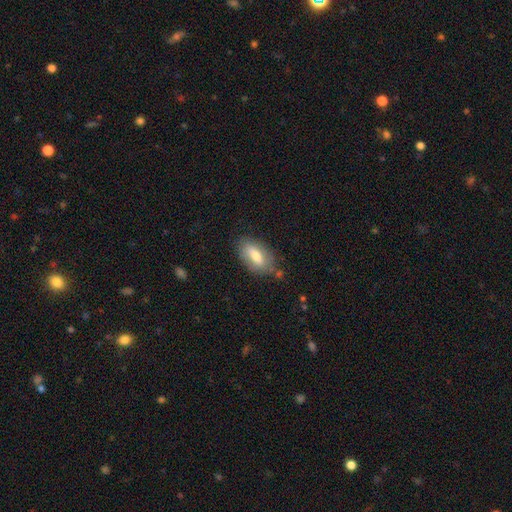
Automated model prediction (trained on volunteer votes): This is likely a smooth galaxy (70%). How rounded: clearly in between (88%). Merging: likely none (74%).